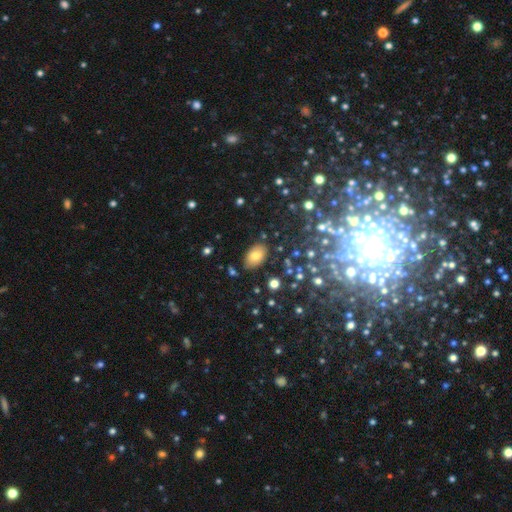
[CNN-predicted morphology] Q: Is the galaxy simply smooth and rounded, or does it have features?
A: smooth — 75%.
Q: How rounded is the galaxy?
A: in between — 88%.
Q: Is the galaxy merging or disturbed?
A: none — 81%.